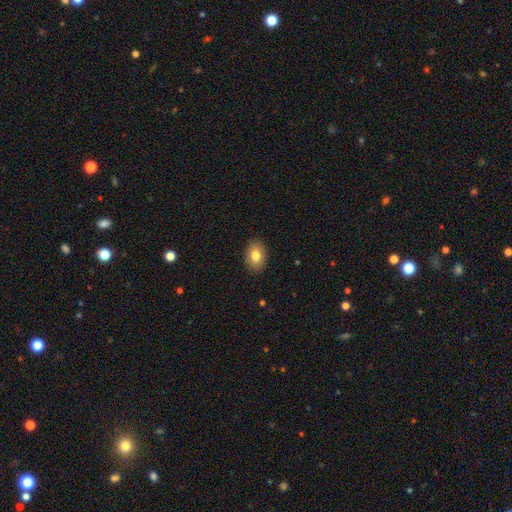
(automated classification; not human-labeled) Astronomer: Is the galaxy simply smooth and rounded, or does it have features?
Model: smooth — 82%.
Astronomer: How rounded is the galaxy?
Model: in between — 78%.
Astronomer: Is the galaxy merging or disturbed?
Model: none — 89%.